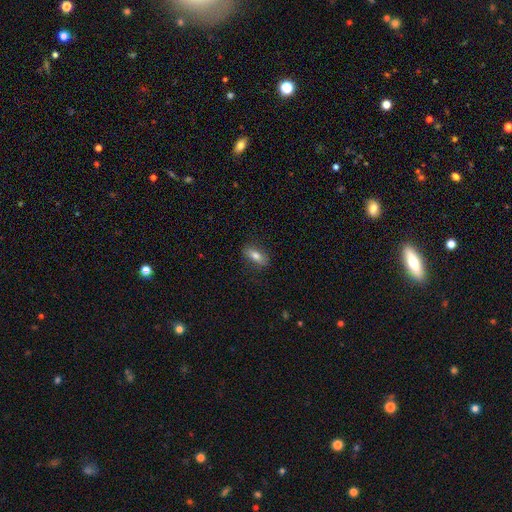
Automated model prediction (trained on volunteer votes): A smooth galaxy with no disk features (77%) that is in between round and cigar-shaped (78%). Merging: none (83%).